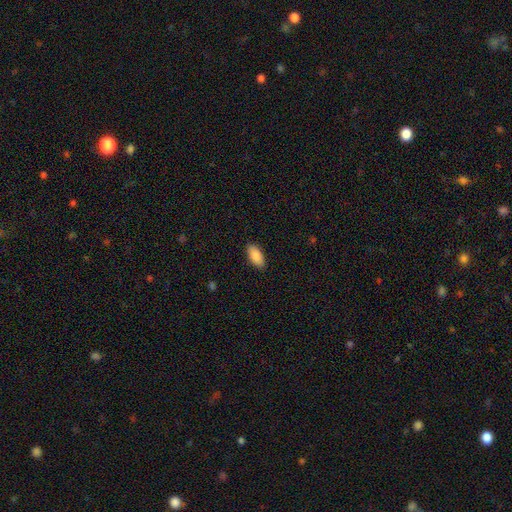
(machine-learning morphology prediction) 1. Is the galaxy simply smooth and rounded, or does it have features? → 89% smooth, 6% star or artifact, 5% featured or disk.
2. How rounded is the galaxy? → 90% in between, 8% cigar-shaped, 2% round.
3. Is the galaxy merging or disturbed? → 89% none, 8% minor disturbance, 2% major disturbance, 1% merger.